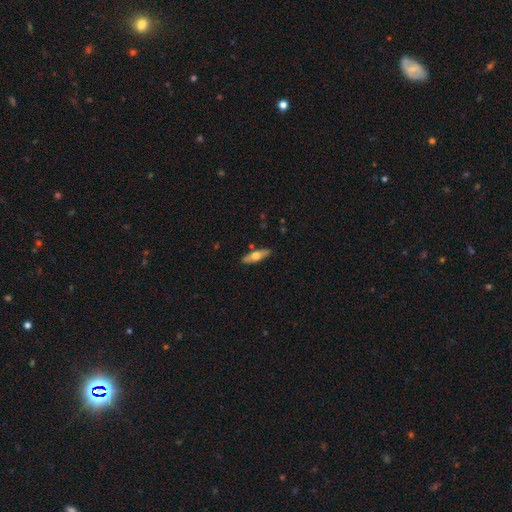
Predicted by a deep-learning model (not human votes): A smooth galaxy with no disk features (55%) that is cigar-shaped (50%).

Vote fractions:
- Smooth or featured? smooth: 55% / featured or disk: 39% / star or artifact: 6%
- How rounded? cigar-shaped: 50% / in between: 47% / round: 2%
- Merging? none: 86% / minor disturbance: 10% / merger: 2% / major disturbance: 2%